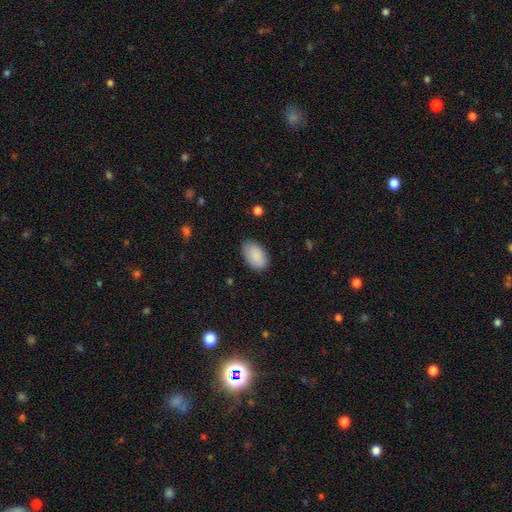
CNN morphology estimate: The model was most divided on "merging": none: 83%, minor disturbance: 13%, major disturbance: 3%, merger: 1%. More confident: how rounded — in between (94%); smooth or featured — smooth (90%).